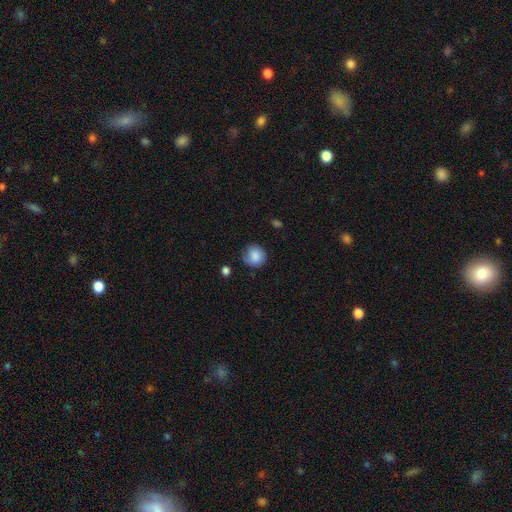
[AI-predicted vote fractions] Q: Smooth or featured?
A: smooth (84%); runner-up: featured or disk (8%)
Q: How rounded?
A: round (87%); runner-up: in between (12%)
Q: Merging?
A: none (67%); runner-up: minor disturbance (25%)